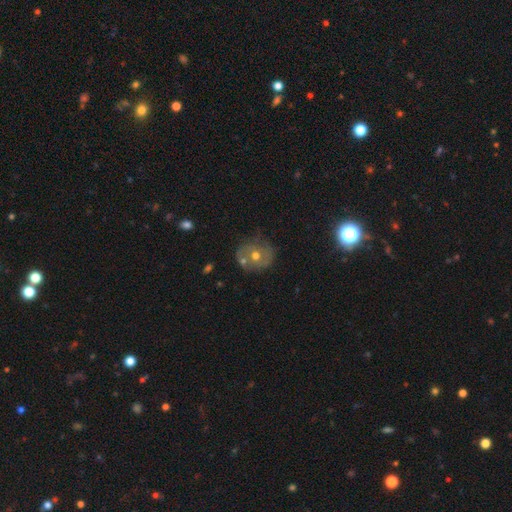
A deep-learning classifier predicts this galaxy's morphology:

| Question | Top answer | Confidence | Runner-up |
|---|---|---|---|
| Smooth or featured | featured or disk | 48% | smooth (42%) |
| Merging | none | 58% | minor disturbance (19%) |